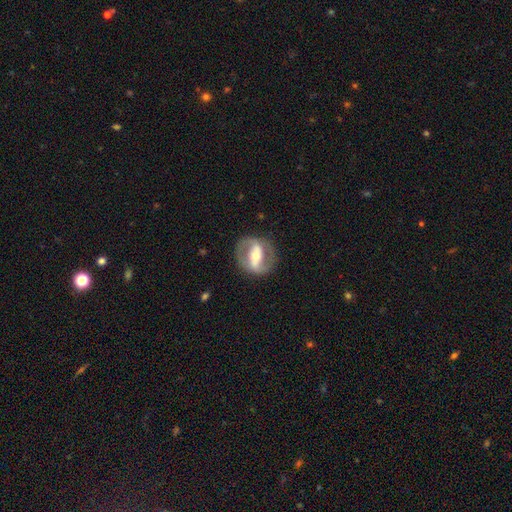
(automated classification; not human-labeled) Q: Smooth or featured?
A: featured or disk (78%); runner-up: smooth (17%)
Q: Edge-on disk?
A: no (93%); runner-up: yes (7%)
Q: Bar?
A: strong (65%); runner-up: weak (22%)
Q: Spiral arms?
A: yes (68%); runner-up: no (32%)
Q: Bulge size?
A: moderate (59%); runner-up: small (31%)
Q: Merging?
A: none (81%); runner-up: minor disturbance (11%)